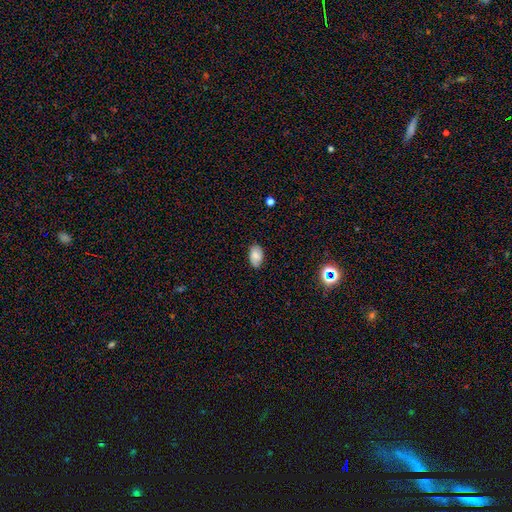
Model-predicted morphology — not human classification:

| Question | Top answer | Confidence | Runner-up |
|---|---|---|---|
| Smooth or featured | smooth | 81% | featured or disk (10%) |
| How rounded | in between | 92% | round (7%) |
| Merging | none | 78% | minor disturbance (18%) |